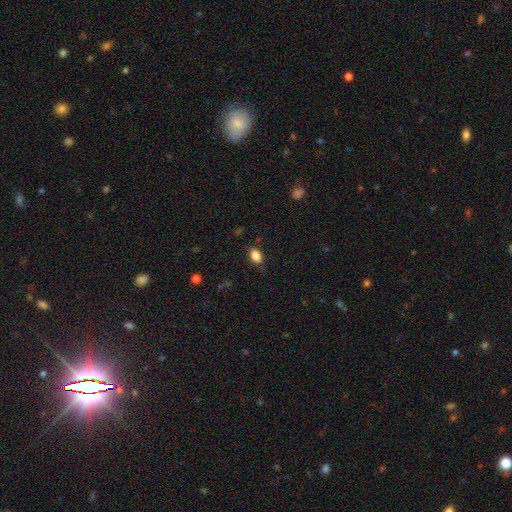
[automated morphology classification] type=smooth (85%); roundness=in between (87%); merging=none (78%).